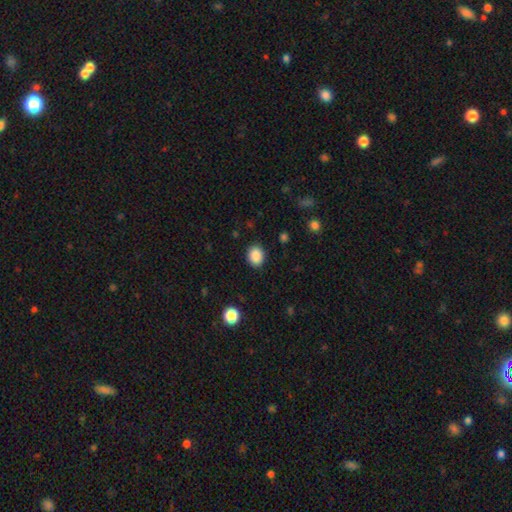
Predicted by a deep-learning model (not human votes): smooth 88%, star or artifact 9%, featured or disk 3%. Down the decision tree: how rounded — round (57%); merging — none (88%).